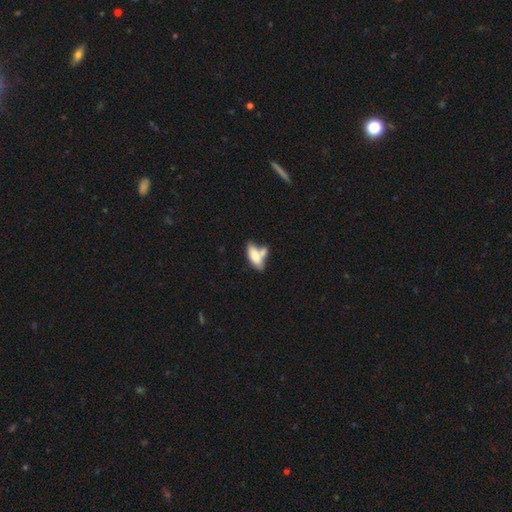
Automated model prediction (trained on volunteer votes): This is likely a smooth galaxy (72%). How rounded: likely in between (79%). Merging: marginally merger (44%).